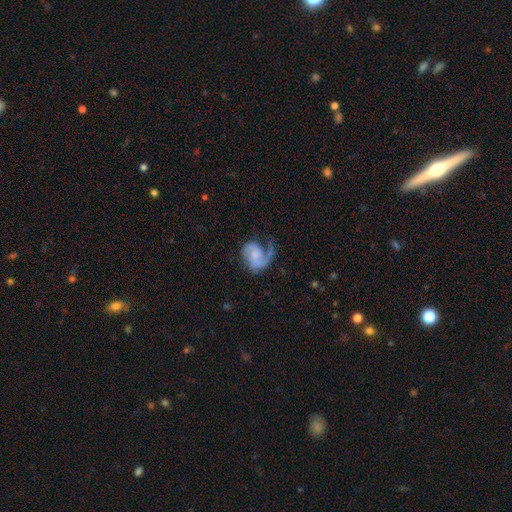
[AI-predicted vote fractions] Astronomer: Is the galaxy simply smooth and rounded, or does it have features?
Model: featured or disk — 75%.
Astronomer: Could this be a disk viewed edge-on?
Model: no — 98%.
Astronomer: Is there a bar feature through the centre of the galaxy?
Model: no — 62%.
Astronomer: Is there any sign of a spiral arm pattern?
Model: yes — 93%.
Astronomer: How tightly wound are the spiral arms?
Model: medium — 43% (runner-up: loose, 37%).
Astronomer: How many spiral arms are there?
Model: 2 — 50% (runner-up: 1, 43%).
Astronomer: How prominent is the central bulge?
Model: small — 35%, tied with none at 35%.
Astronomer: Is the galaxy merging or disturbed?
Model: none — 42% (runner-up: major disturbance, 32%).